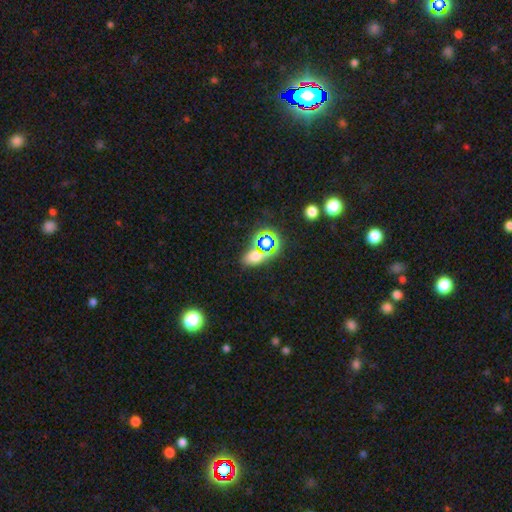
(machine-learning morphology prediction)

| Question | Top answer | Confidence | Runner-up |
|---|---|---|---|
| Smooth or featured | smooth | 53% | star or artifact (38%) |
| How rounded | in between | 72% | round (24%) |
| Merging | none | 68% | merger (14%) |